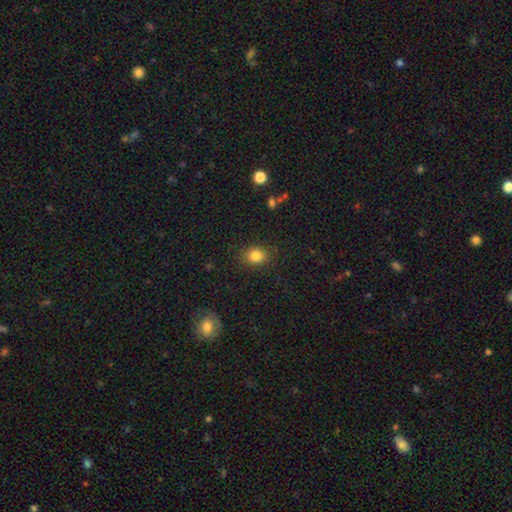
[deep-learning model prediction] Overall: smooth (83%). How rounded: round (52%; in between 47%). Merging: none (86%).